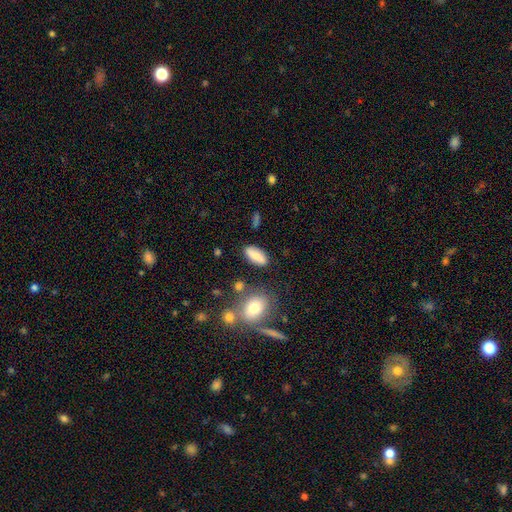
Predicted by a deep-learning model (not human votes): This is likely a smooth galaxy (78%). How rounded: clearly in between (84%). Merging: clearly none (82%).